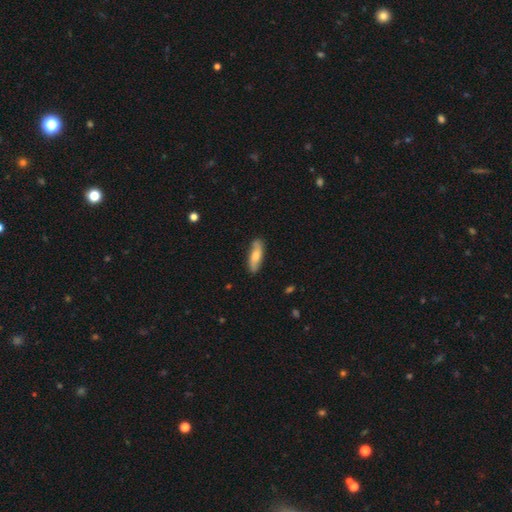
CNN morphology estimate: This appears to be a smooth galaxy with no disk features (60%) that is in between round and cigar-shaped (50%). Merging: none (83%).